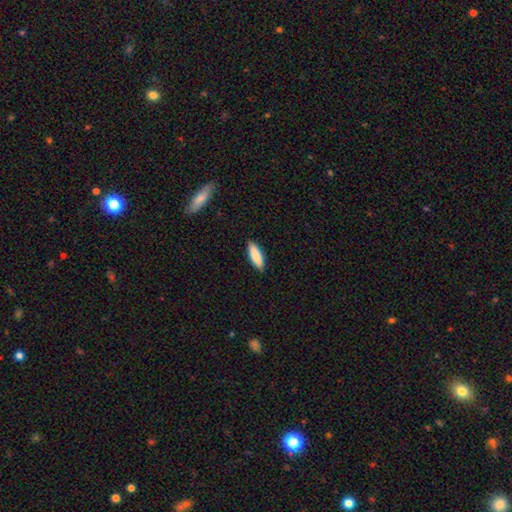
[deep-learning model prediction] The model was most divided on "how rounded": in between: 56%, cigar-shaped: 43%, round: 2%. More confident: merging — none (88%); smooth or featured — smooth (85%).